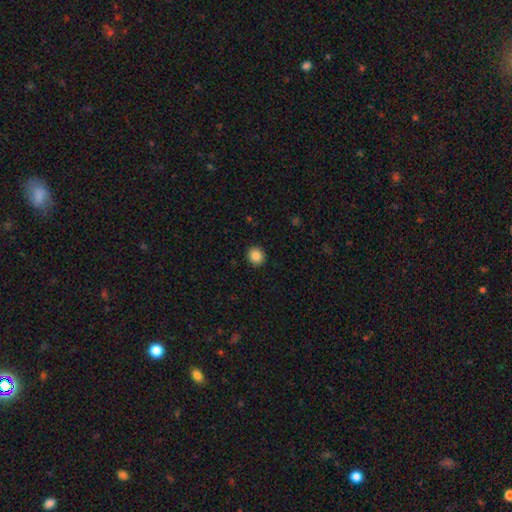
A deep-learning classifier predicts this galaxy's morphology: This appears to be a smooth galaxy with no disk features (86%) that is round (89%). Merging: none (92%).